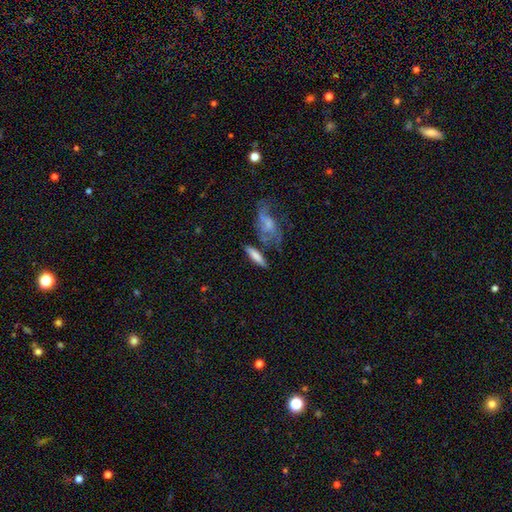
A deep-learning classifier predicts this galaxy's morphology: type=smooth (69%); roundness=cigar-shaped (64%); merging=none (59%).